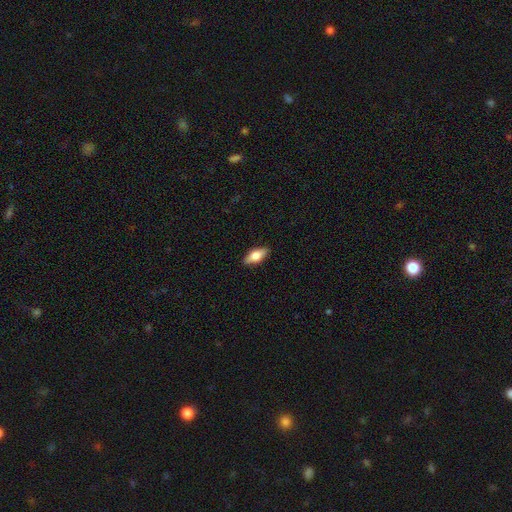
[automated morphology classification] This appears to be a smooth galaxy with no disk features (62%) that is in between round and cigar-shaped (78%). Merging: none (88%).